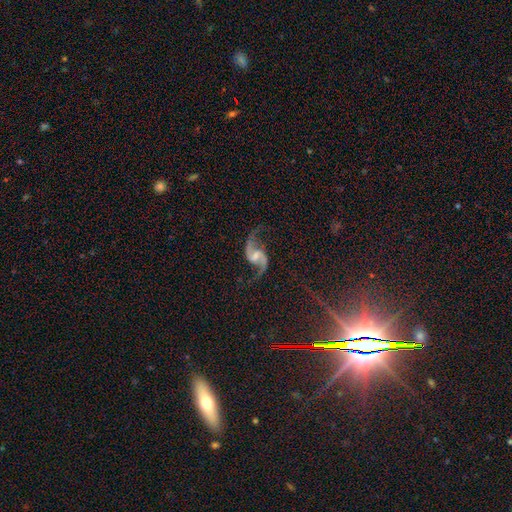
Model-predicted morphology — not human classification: smooth-or-featured: featured or disk: 92% | star or artifact: 5% | smooth: 3%
  disk-edge-on: no: 98% | yes: 2%
    bar: weak: 52% | no: 30% | strong: 19%
    has-spiral-arms: yes: 98% | no: 2%
      spiral-winding: loose: 75% | medium: 21% | tight: 4%
      spiral-arm-count: 2: 95% | 1: 1% | can't tell: 1% | 3: 1% | 4: 1% | more than 4: 1%
    bulge-size: small: 41% | moderate: 35% | none: 17% | large: 5% | dominant: 2%
  merging: none: 78% | minor disturbance: 12% | major disturbance: 7% | merger: 2%